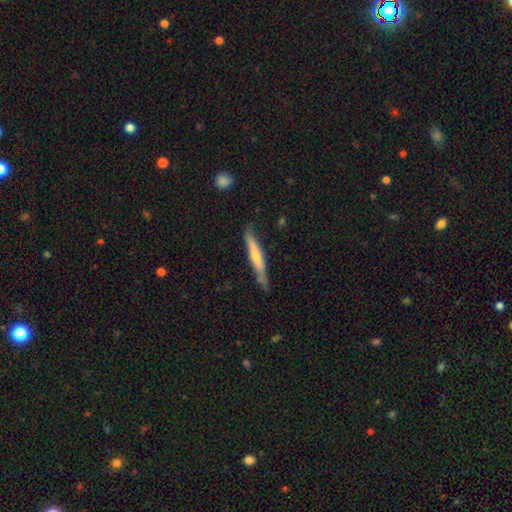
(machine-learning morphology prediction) smooth_or_featured: smooth (p=0.48) [alt: featured or disk p=0.47]
merging: none (p=0.73) [alt: minor disturbance p=0.21]